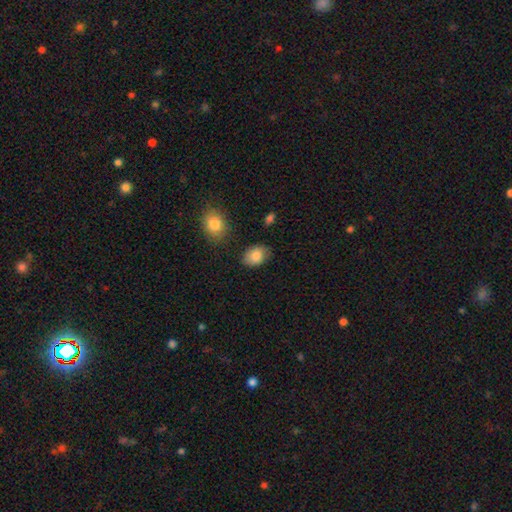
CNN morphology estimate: Smooth or featured? Predicted: smooth (p=0.85). How rounded? Predicted: in between (p=0.79). Merging? Predicted: none (p=0.78).